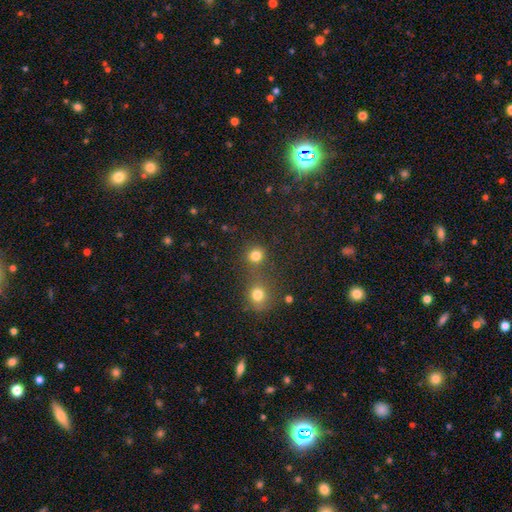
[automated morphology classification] Smooth or featured? smooth (80%)
How rounded? round (88%)
Merging? none (66%)